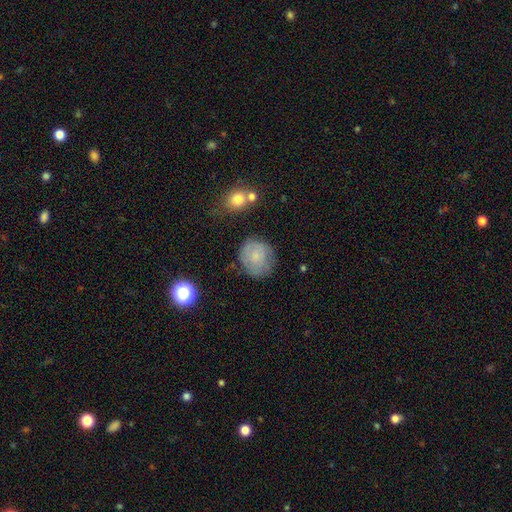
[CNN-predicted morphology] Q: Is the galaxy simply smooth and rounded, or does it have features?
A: smooth — 69%.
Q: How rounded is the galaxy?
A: round — 79%.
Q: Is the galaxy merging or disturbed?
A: none — 70%.